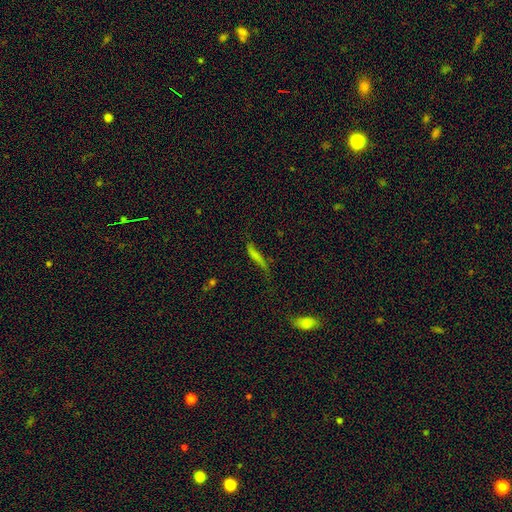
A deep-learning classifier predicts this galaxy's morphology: A smooth galaxy with no disk features (65%) that is cigar-shaped (86%).

Vote fractions:
- Smooth or featured? smooth: 65% / featured or disk: 25% / star or artifact: 10%
- How rounded? cigar-shaped: 86% / in between: 11% / round: 2%
- Merging? none: 51% / minor disturbance: 30% / major disturbance: 15% / merger: 4%